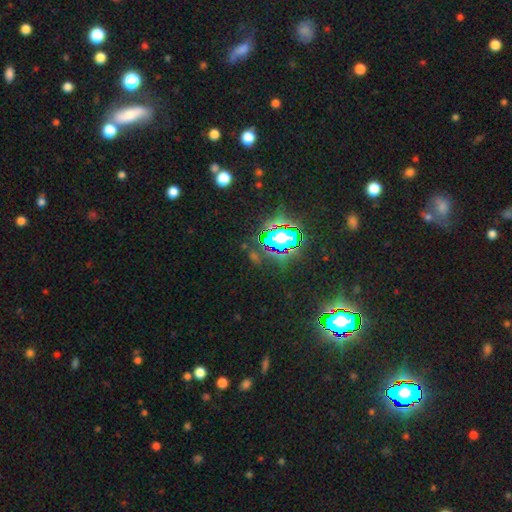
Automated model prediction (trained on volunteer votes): Smooth or featured? star or artifact (71%)